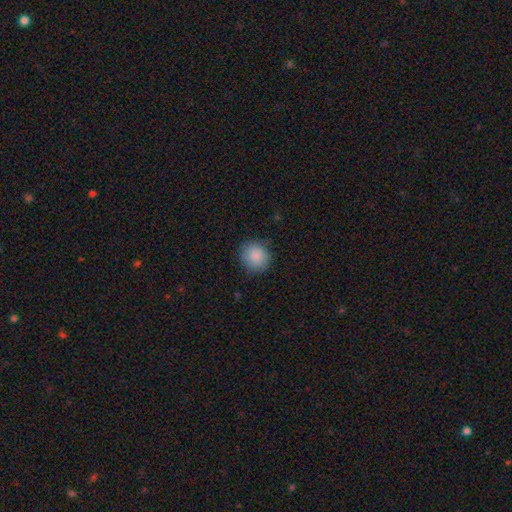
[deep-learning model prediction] Smooth or featured?
  - smooth: 88% *
  - star or artifact: 8%
  - featured or disk: 4%
How rounded?
  - round: 88% *
  - in between: 11%
  - cigar-shaped: 1%
Merging?
  - none: 85% *
  - minor disturbance: 11%
  - major disturbance: 3%
  - merger: 1%